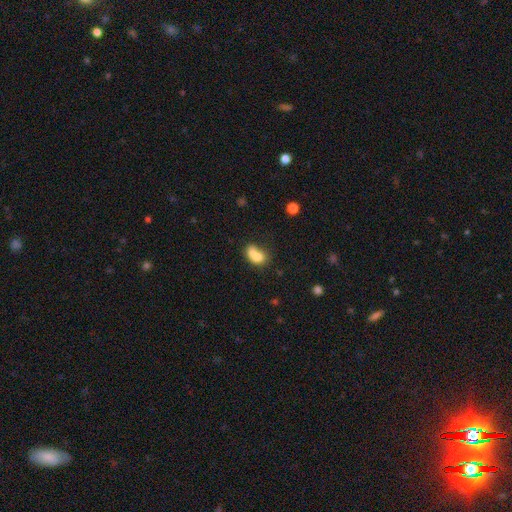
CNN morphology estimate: Q: Smooth or featured?
A: smooth (71%); runner-up: featured or disk (19%)
Q: How rounded?
A: in between (57%); runner-up: round (42%)
Q: Merging?
A: merger (66%); runner-up: none (21%)